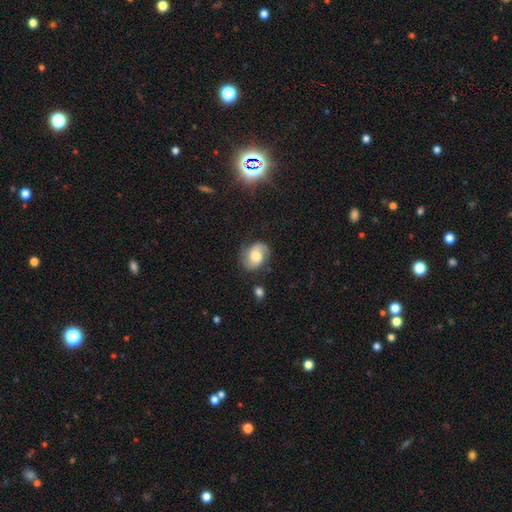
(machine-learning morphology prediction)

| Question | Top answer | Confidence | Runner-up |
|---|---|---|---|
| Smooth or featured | featured or disk | 66% | smooth (26%) |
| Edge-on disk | no | 97% | yes (3%) |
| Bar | no | 60% | weak (33%) |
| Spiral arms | yes | 92% | no (8%) |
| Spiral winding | medium | 46% | tight (28%) |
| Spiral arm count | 2 | 86% | can't tell (6%) |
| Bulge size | moderate | 60% | large (21%) |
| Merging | none | 73% | minor disturbance (18%) |